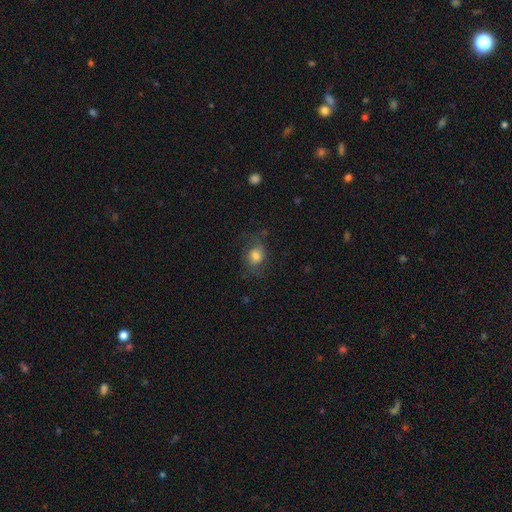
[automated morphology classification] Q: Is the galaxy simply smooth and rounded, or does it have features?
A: smooth — 67%.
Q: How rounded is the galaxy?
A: in between — 53%.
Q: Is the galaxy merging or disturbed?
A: none — 59%.